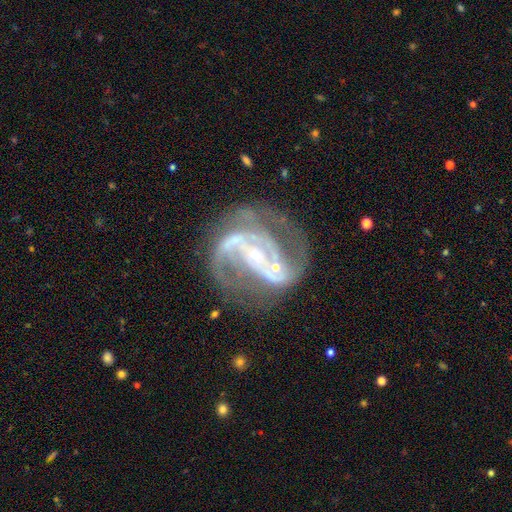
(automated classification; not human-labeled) smooth_or_featured: featured or disk (p=0.89) [alt: star or artifact p=0.06]
disk_edge_on: no (p=0.98) [alt: yes p=0.02]
bar: strong (p=0.37) [alt: no p=0.32]
has_spiral_arms: yes (p=0.95) [alt: no p=0.05]
spiral_winding: medium (p=0.53) [alt: loose p=0.26]
spiral_arm_count: 2 (p=0.68) [alt: 3 p=0.14]
bulge_size: small (p=0.61) [alt: moderate p=0.35]
merging: none (p=0.39) [alt: major disturbance p=0.27]